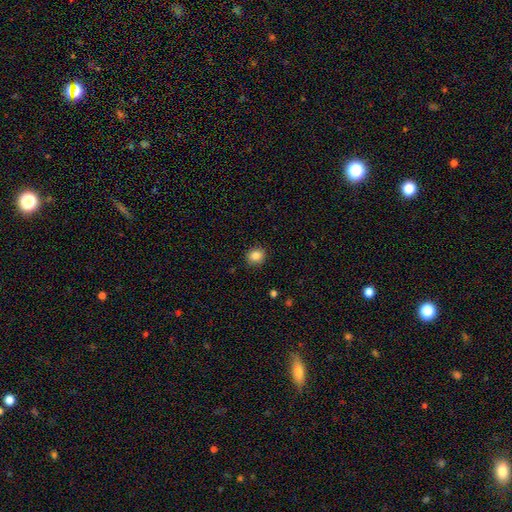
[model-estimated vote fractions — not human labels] This is clearly a smooth galaxy (86%). How rounded: likely round (71%). Merging: clearly none (89%).